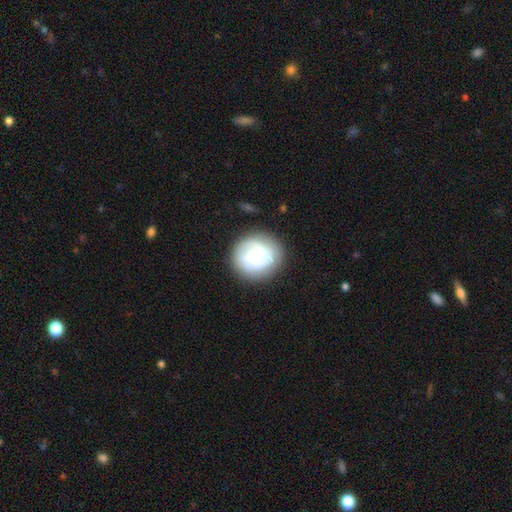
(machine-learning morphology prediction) type=featured or disk (73%); edge-on=no (98%); bar=no (66%); spiral arms=yes (95%); winding=tight (57%); arm count=3 (45%); bulge=moderate (45%); merging=none (83%).